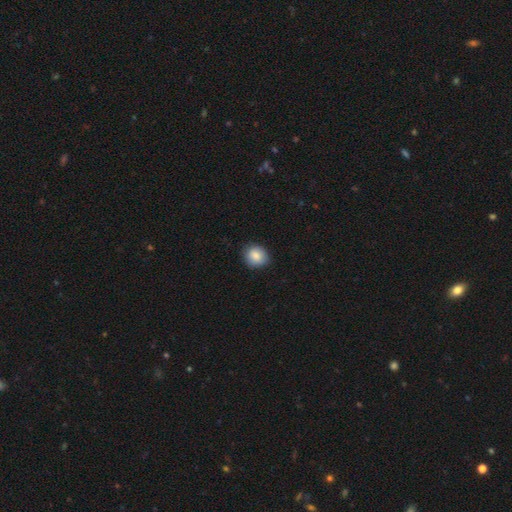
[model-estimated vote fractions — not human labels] Morphology: type=smooth (87%); roundness=round (77%); merging=none (86%).